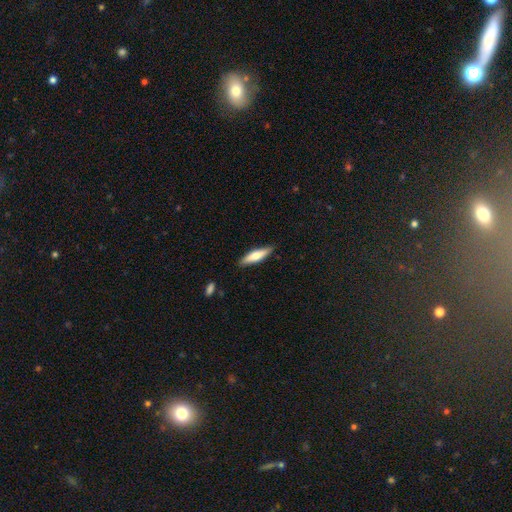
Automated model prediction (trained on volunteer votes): Smooth or featured?
  - smooth: 60% *
  - featured or disk: 34%
  - star or artifact: 6%
How rounded?
  - cigar-shaped: 67% *
  - in between: 31%
  - round: 2%
Merging?
  - none: 86% *
  - minor disturbance: 11%
  - major disturbance: 2%
  - merger: 1%